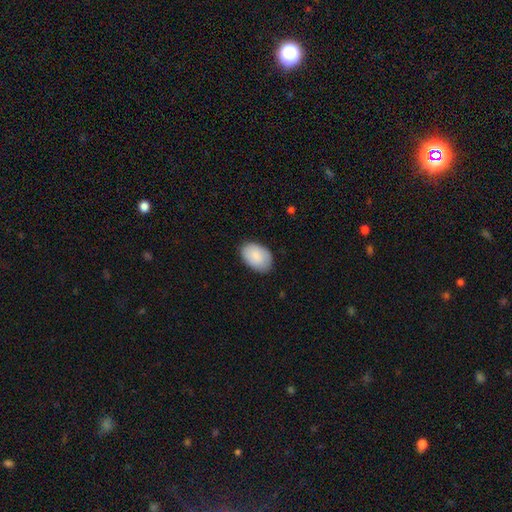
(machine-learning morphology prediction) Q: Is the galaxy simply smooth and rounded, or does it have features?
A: smooth — 85%.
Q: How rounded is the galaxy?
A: in between — 88%.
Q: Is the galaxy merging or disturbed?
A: none — 83%.